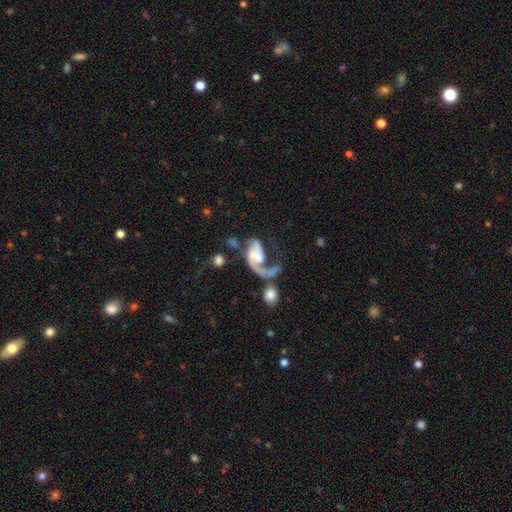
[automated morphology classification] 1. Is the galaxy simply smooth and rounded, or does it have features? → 76% featured or disk, 17% smooth, 6% star or artifact.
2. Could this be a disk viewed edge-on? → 97% no, 3% yes.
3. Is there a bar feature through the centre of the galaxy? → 51% no, 34% weak, 15% strong.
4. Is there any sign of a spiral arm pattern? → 87% yes, 13% no.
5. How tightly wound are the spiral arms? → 58% loose, 30% medium, 12% tight.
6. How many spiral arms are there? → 65% 1, 28% 2, 4% can't tell, 1% 3, 1% 4, 1% more than 4.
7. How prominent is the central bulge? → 32% moderate, 25% small, 21% none, 18% large, 4% dominant.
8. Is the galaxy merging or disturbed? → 48% major disturbance, 23% merger, 19% none, 10% minor disturbance.